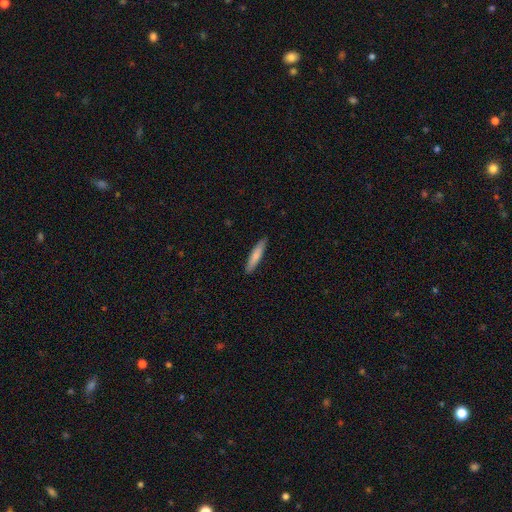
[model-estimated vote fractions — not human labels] Smooth or featured? Predicted: smooth (p=0.77). How rounded? Predicted: cigar-shaped (p=0.88). Merging? Predicted: none (p=0.90).